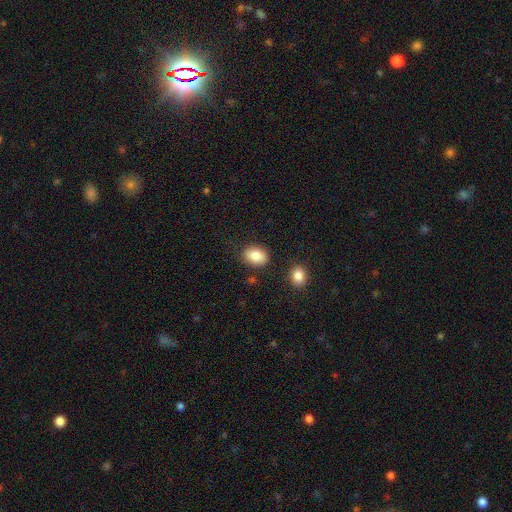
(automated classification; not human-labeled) Q: Smooth or featured?
A: smooth (85%); runner-up: featured or disk (8%)
Q: How rounded?
A: in between (73%); runner-up: round (26%)
Q: Merging?
A: none (81%); runner-up: minor disturbance (11%)